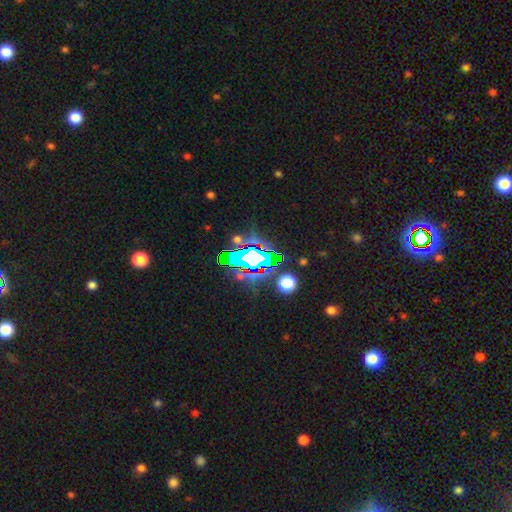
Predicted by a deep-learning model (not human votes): Smooth or featured: star or artifact — 77% (smooth — 13%)